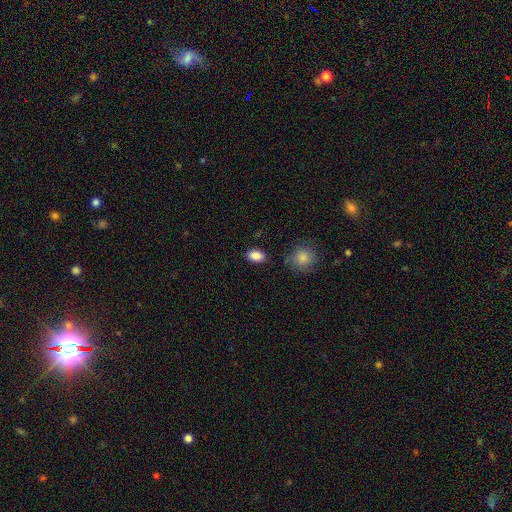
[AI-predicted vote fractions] Q: Smooth or featured?
A: smooth (87%); runner-up: star or artifact (9%)
Q: How rounded?
A: in between (85%); runner-up: round (13%)
Q: Merging?
A: none (85%); runner-up: minor disturbance (11%)